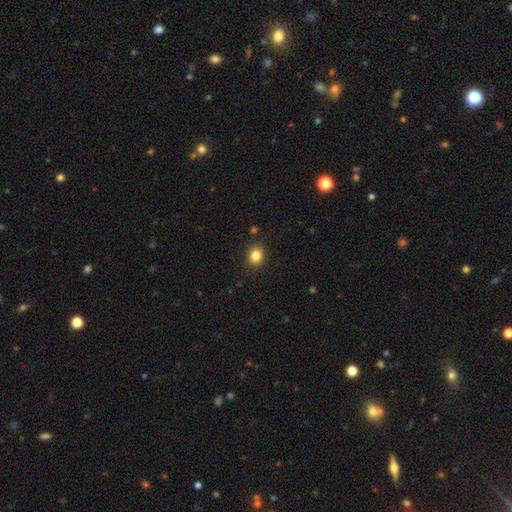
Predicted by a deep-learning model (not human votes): smooth_or_featured: smooth (p=0.84) [alt: star or artifact p=0.11]
how_rounded: round (p=0.59) [alt: in between p=0.40]
merging: none (p=0.88) [alt: minor disturbance p=0.08]